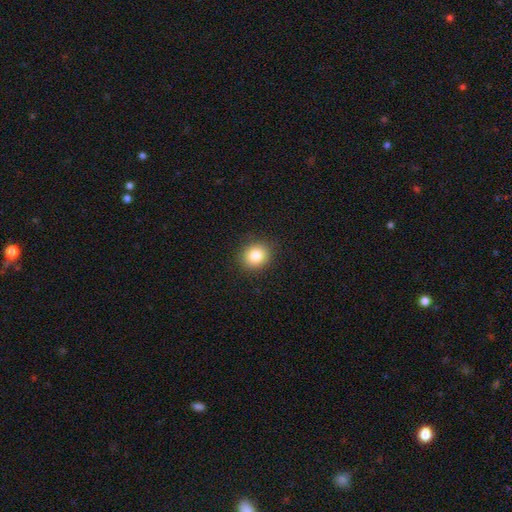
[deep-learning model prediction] smooth_or_featured: smooth (p=0.83) [alt: star or artifact p=0.10]
how_rounded: round (p=0.77) [alt: in between p=0.22]
merging: none (p=0.90) [alt: minor disturbance p=0.07]